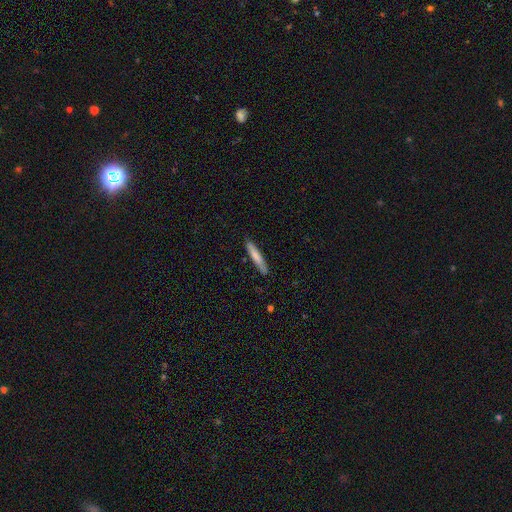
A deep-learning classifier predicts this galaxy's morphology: type=smooth (74%); roundness=cigar-shaped (94%); merging=none (87%).